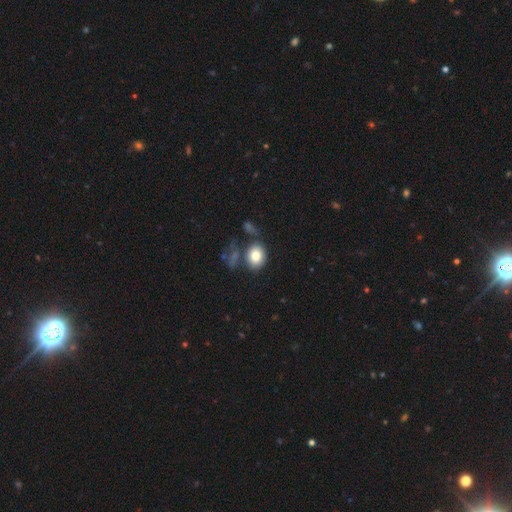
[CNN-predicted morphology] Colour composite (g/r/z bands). It shows a smooth galaxy with no disk features (80%) that is round (49%, tied with in between). Merging: none (63%).